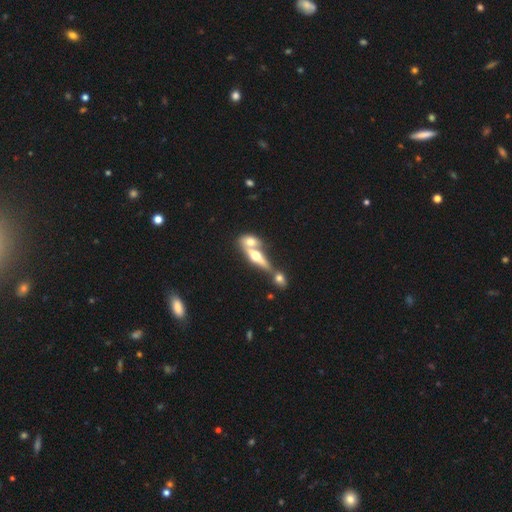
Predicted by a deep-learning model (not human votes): smooth-or-featured: featured or disk: 54% | smooth: 39% | star or artifact: 7%
  disk-edge-on: yes: 76% | no: 24%
  merging: merger: 62% | none: 27% | minor disturbance: 7% | major disturbance: 4%